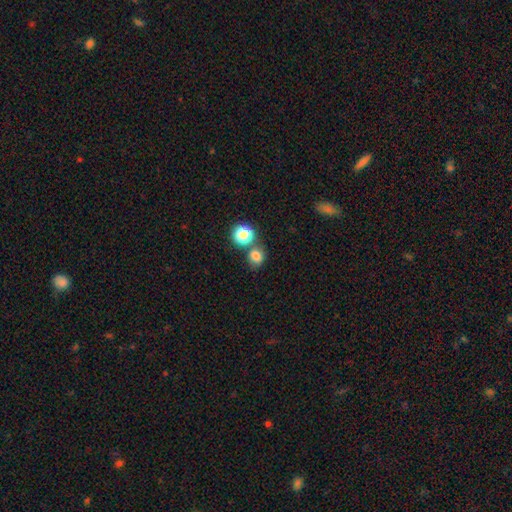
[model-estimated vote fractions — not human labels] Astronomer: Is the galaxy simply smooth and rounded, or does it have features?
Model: smooth — 77%.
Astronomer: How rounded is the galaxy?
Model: round — 71%.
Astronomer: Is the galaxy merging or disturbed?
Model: none — 60%.